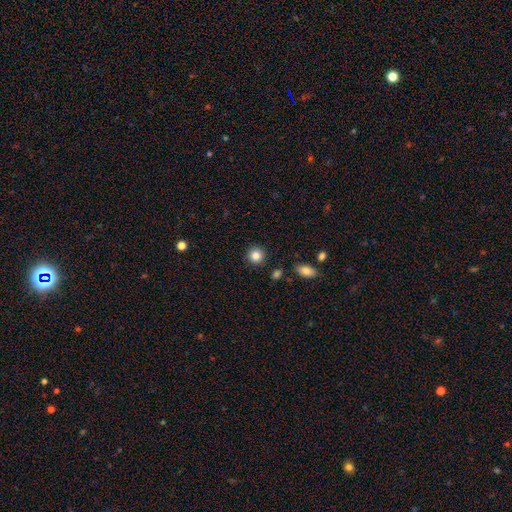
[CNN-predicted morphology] Smooth or featured? Predicted: smooth (p=0.85). How rounded? Predicted: round (p=0.91). Merging? Predicted: none (p=0.90).